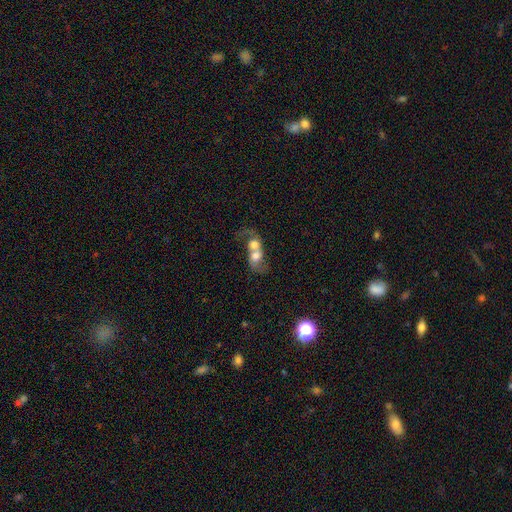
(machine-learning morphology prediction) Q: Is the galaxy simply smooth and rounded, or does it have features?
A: smooth — 54%.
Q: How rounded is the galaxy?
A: in between — 50%.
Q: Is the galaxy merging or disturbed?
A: merger — 82%.